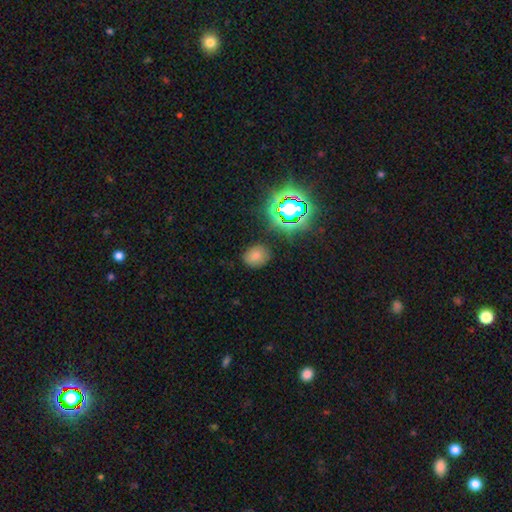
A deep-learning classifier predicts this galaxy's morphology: Overall: smooth (71%). How rounded: in between (57%; round 42%). Merging: none (80%).